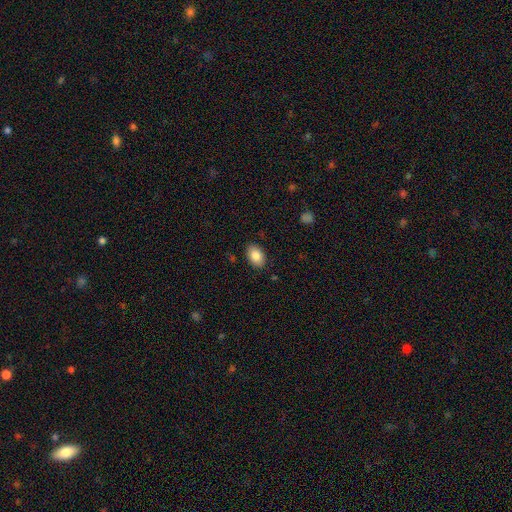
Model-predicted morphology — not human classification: smooth 86%, star or artifact 7%, featured or disk 7%. Down the decision tree: how rounded — in between (87%); merging — none (87%).